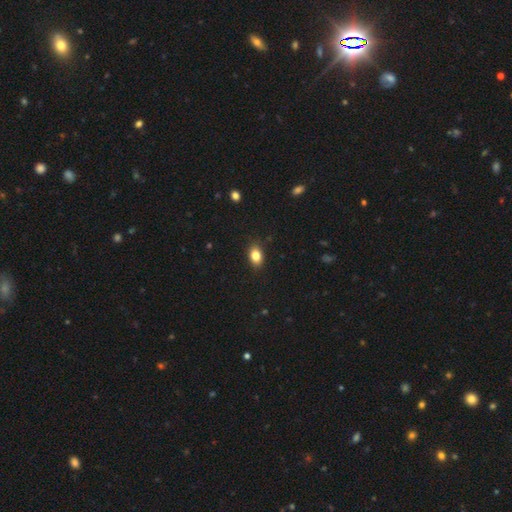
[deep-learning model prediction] smooth 84%, star or artifact 9%, featured or disk 7%. Down the decision tree: how rounded — in between (81%); merging — none (87%).